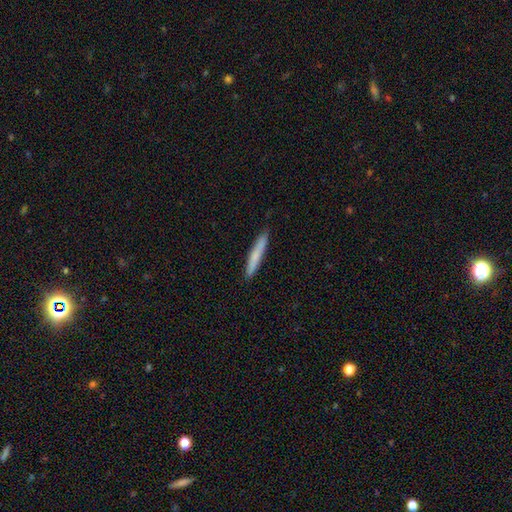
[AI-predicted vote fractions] Overall: smooth (73%). How rounded: cigar-shaped (96%). Merging: none (90%).